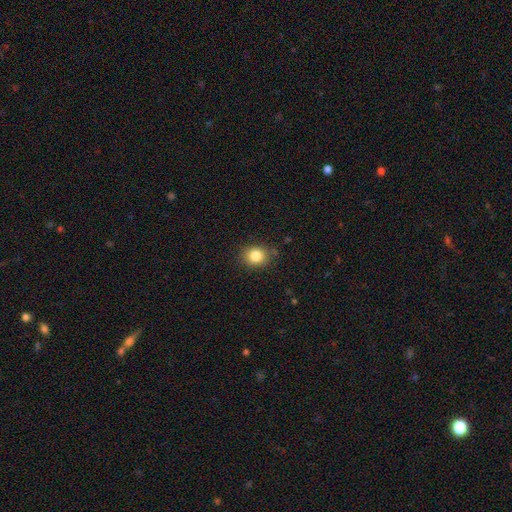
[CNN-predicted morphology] Smooth or featured: smooth — 84% (star or artifact — 11%)
How rounded: round — 69% (in between — 30%)
Merging: none — 82% (minor disturbance — 13%)